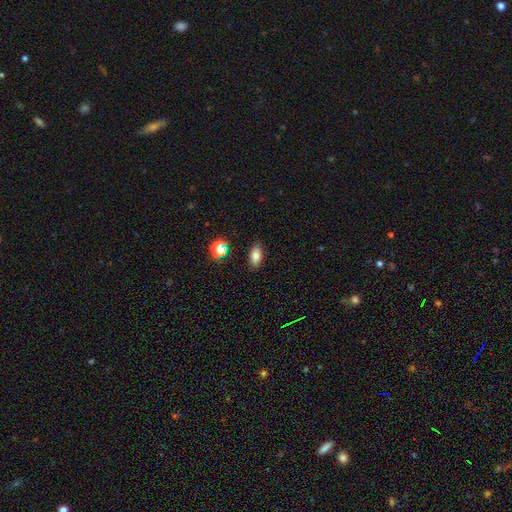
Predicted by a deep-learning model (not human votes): This appears to be a smooth galaxy with no disk features (78%) that is in between round and cigar-shaped (87%). Merging: none (87%).